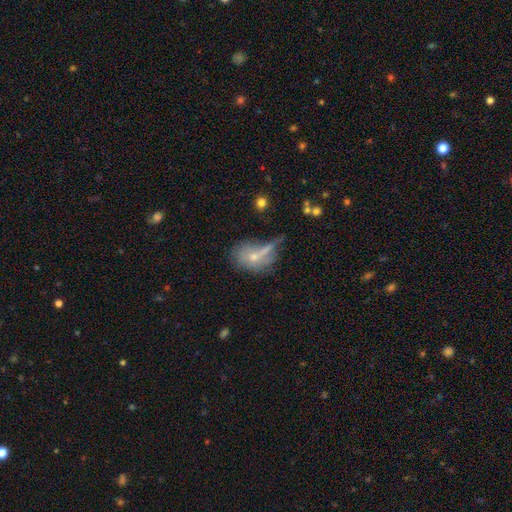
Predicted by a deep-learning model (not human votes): smooth_or_featured: smooth (p=0.54) [alt: featured or disk p=0.31]
how_rounded: in between (p=0.68) [alt: round p=0.27]
merging: none (p=0.36) [alt: major disturbance p=0.25]